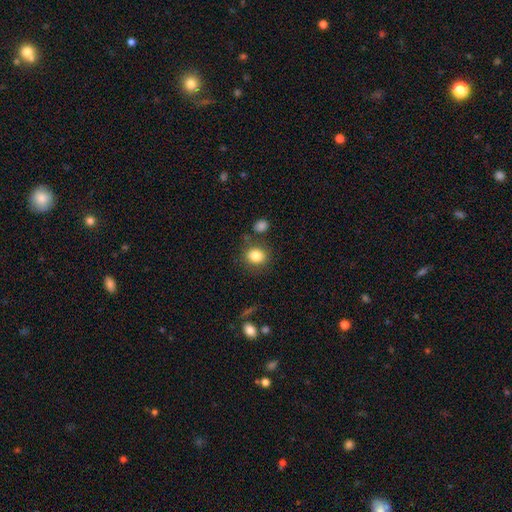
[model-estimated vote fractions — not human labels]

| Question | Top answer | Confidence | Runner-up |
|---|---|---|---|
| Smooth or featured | smooth | 84% | star or artifact (10%) |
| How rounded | round | 68% | in between (31%) |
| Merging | none | 79% | minor disturbance (11%) |